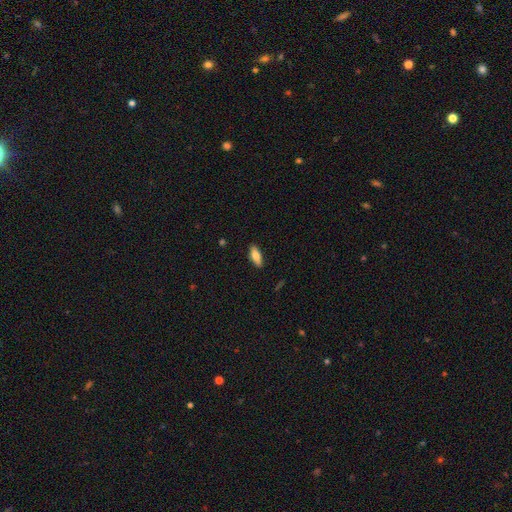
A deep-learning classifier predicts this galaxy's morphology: The model was most divided on "how rounded": in between: 72%, cigar-shaped: 26%, round: 2%. More confident: merging — none (88%); smooth or featured — smooth (78%).